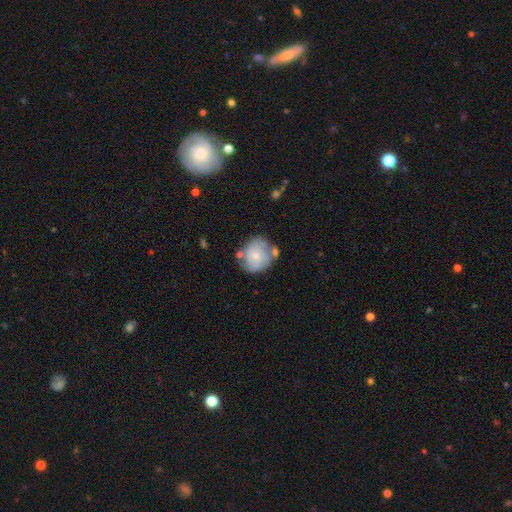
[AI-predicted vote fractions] This is possibly a featured or disk galaxy (59%). It is clearly not viewed edge-on (98%). Bar: likely no (74%). Spiral arm pattern: likely yes (79%). Central bulge: likely small (72%). Merging: possibly none (56%).